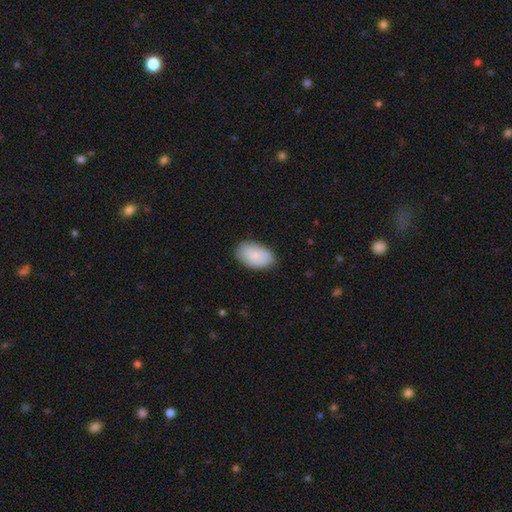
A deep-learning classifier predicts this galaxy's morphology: A smooth galaxy with no disk features (80%) that is in between round and cigar-shaped (93%). Merging: none (78%).